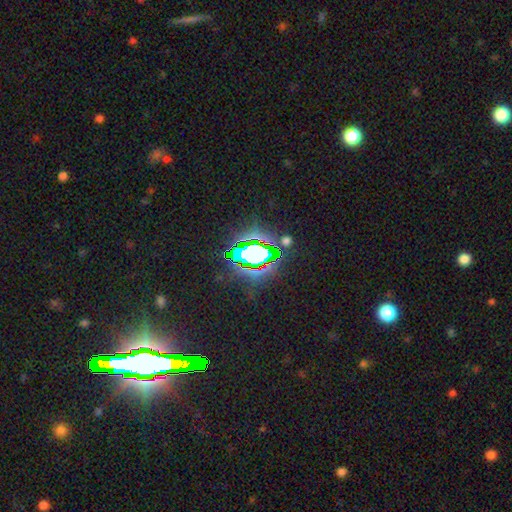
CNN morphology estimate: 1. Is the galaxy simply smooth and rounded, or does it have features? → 75% star or artifact, 15% smooth, 10% featured or disk.